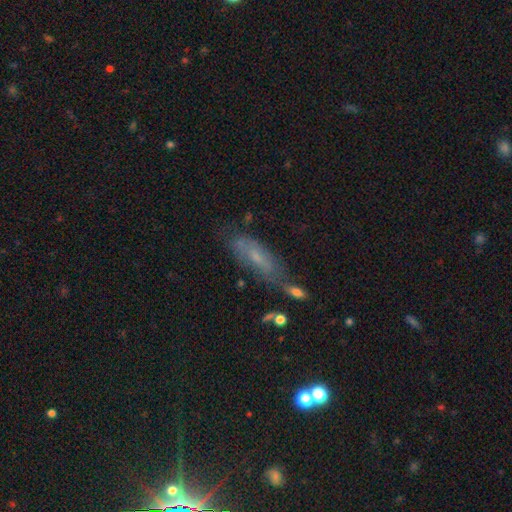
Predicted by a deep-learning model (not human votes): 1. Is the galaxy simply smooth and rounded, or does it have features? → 44% smooth, 42% featured or disk, 14% star or artifact.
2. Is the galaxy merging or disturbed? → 51% none, 24% minor disturbance, 13% merger, 12% major disturbance.